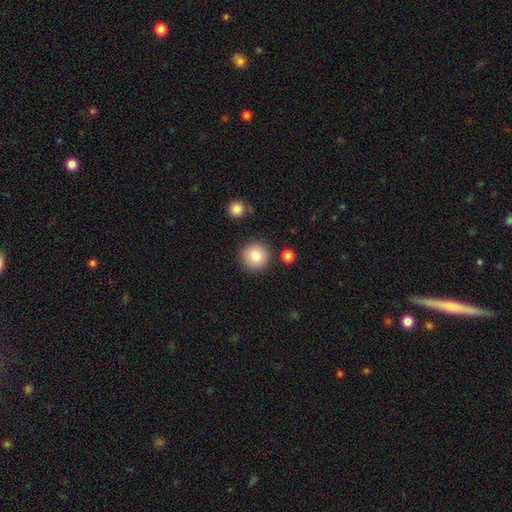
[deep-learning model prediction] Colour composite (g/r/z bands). It shows a smooth galaxy with no disk features (83%) that is round (96%). Merging: none (88%).